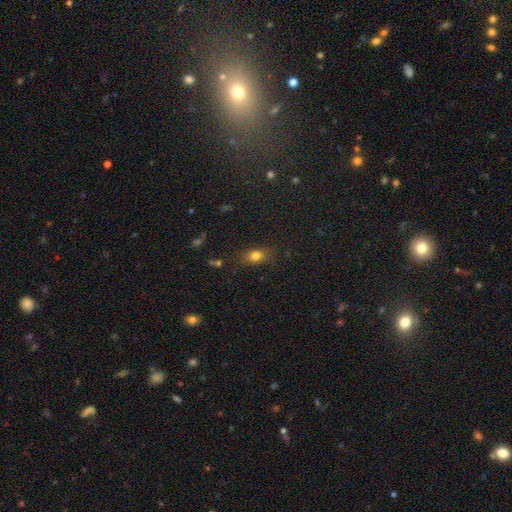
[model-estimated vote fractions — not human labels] A smooth galaxy with no disk features (78%) that is in between round and cigar-shaped (67%). Merging: none (77%).